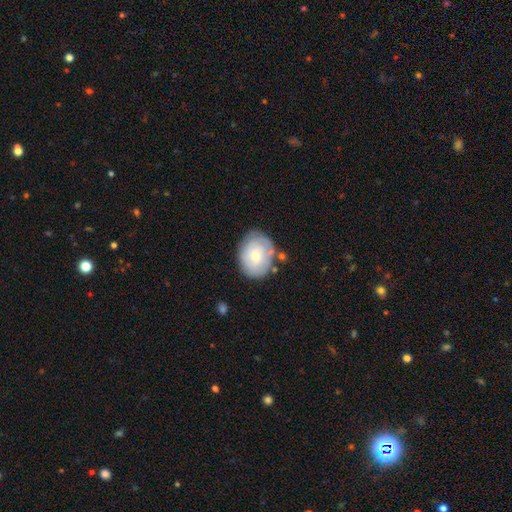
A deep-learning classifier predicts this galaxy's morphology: The model was most divided on "how rounded": round: 52%, in between: 47%, cigar-shaped: 1%. More confident: merging — none (70%); smooth or featured — smooth (51%).